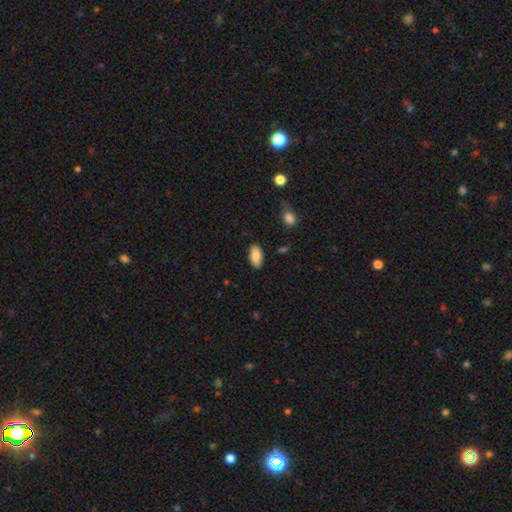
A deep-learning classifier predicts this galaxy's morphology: type=smooth (85%); roundness=in between (94%); merging=none (84%).